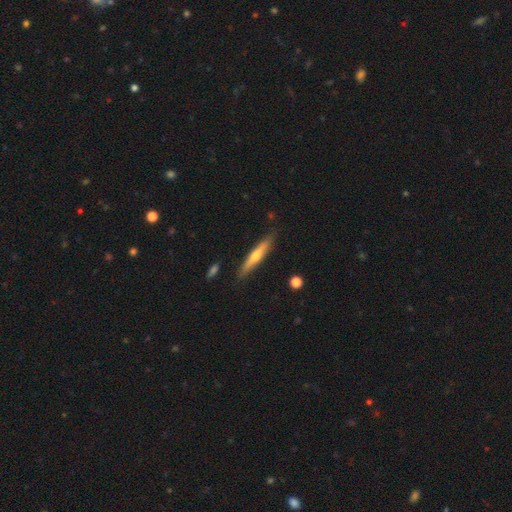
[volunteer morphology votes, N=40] Q: Smooth or featured?
A: featured or disk (57%); runner-up: smooth (40%)
Q: Edge-on disk?
A: yes (91%); runner-up: no (9%)
Q: Edge-on bulge?
A: rounded (76%); runner-up: none (14%)
Q: Merging?
A: none (95%); runner-up: minor disturbance (5%)